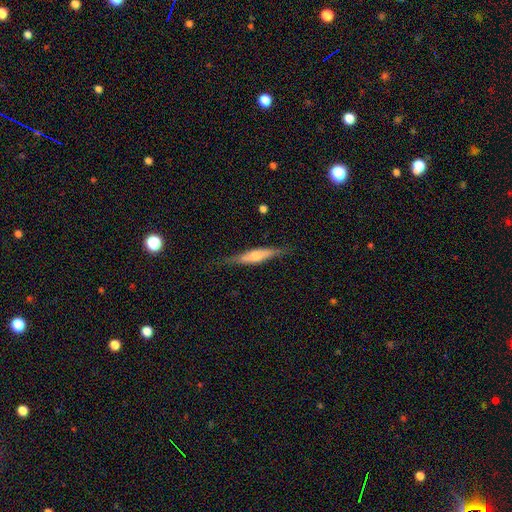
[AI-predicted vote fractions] Q: Smooth or featured?
A: featured or disk (62%); runner-up: smooth (32%)
Q: Edge-on disk?
A: yes (94%); runner-up: no (6%)
Q: Edge-on bulge?
A: rounded (78%); runner-up: boxy (12%)
Q: Merging?
A: none (82%); runner-up: minor disturbance (14%)